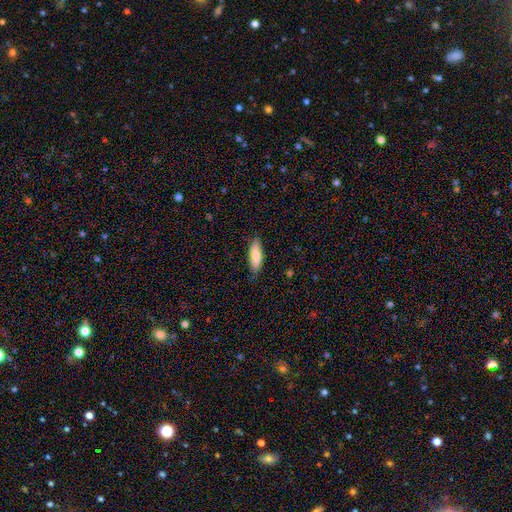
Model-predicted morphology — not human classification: Smooth or featured? Predicted: smooth (p=0.82). How rounded? Predicted: in between (p=0.57). Merging? Predicted: none (p=0.83).